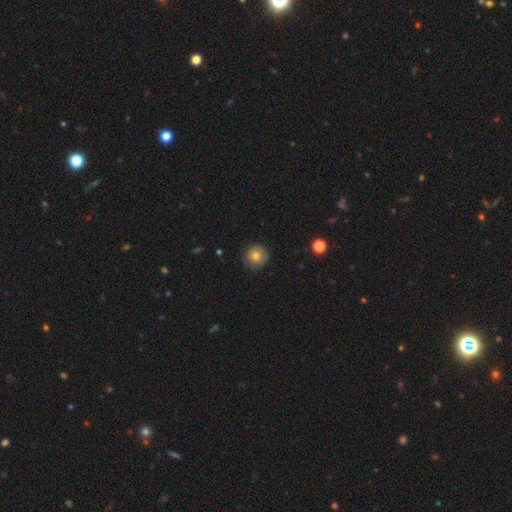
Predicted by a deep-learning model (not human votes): Overall: smooth (78%). How rounded: round (94%). Merging: none (86%).